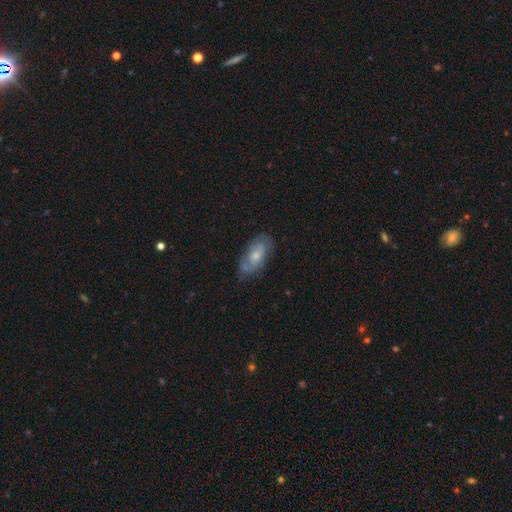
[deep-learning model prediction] This appears to be a featured or disk galaxy (53%). Merging: none (68%).